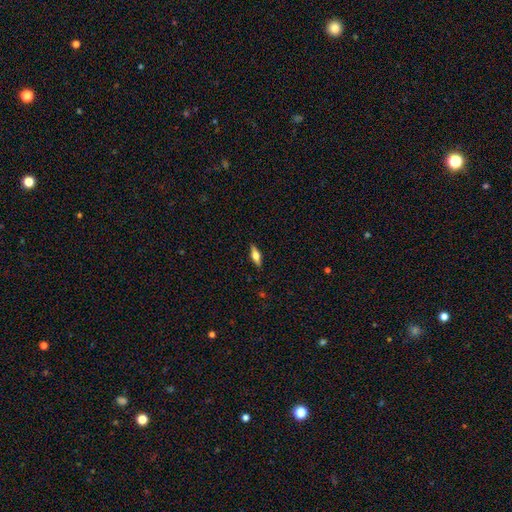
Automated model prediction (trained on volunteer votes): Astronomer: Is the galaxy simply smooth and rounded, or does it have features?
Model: smooth — 50% (runner-up: featured or disk, 44%).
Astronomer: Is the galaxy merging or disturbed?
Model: none — 88%.